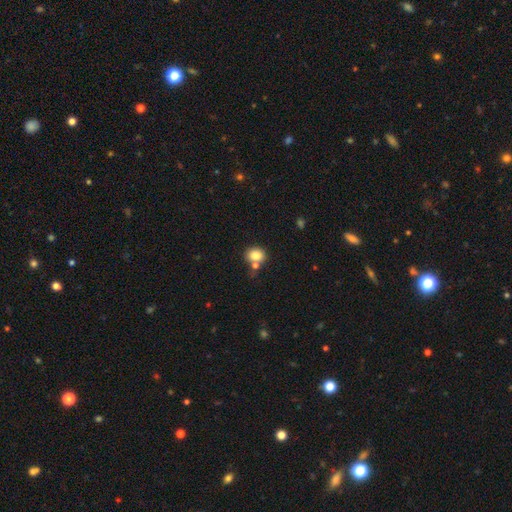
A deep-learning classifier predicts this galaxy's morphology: smooth-or-featured: smooth: 83% | star or artifact: 10% | featured or disk: 8%
  how-rounded: round: 56% | in between: 43% | cigar-shaped: 1%
  merging: none: 55% | merger: 26% | minor disturbance: 14% | major disturbance: 5%